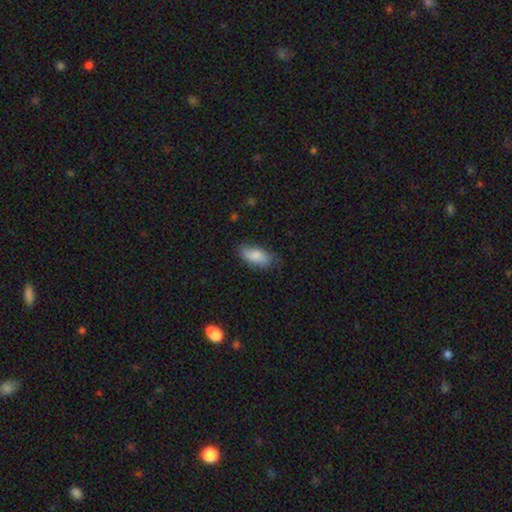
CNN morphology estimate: Smooth or featured: smooth — 82% (featured or disk — 12%)
How rounded: in between — 87% (cigar-shaped — 10%)
Merging: none — 73% (minor disturbance — 22%)